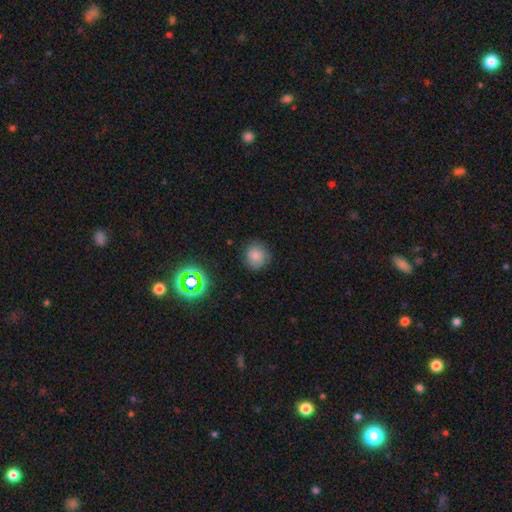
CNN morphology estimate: A smooth galaxy with no disk features (79%) that is round (89%).

Vote fractions:
- Smooth or featured? smooth: 79% / star or artifact: 13% / featured or disk: 8%
- How rounded? round: 89% / in between: 10% / cigar-shaped: 1%
- Merging? none: 83% / minor disturbance: 12% / major disturbance: 3% / merger: 1%